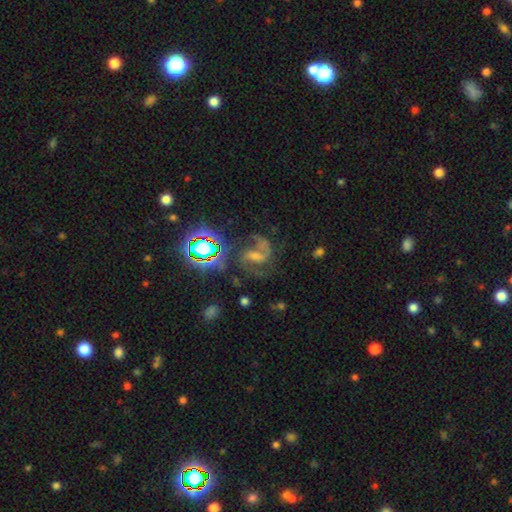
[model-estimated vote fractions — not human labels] Overall: featured or disk (69%). Edge-on disk: no (97%). Bar: strong (42%; weak 40%). Spiral arms: yes (94%). Spiral arm count: 2 (84%). Spiral winding: medium (55%; loose 27%). Bulge size: small (38%; moderate 30%). Merging: none (59%).